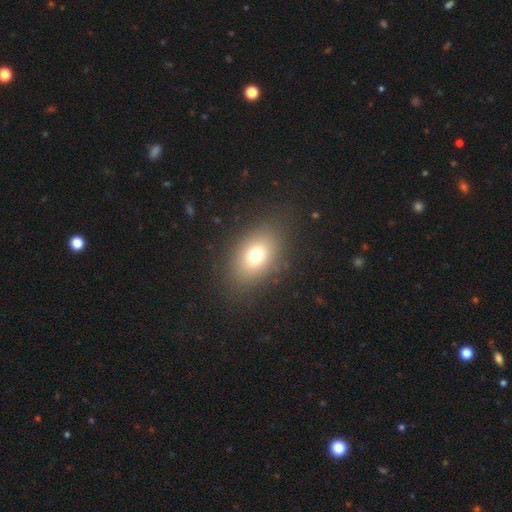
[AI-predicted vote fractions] smooth_or_featured: smooth (p=0.71) [alt: star or artifact p=0.15]
how_rounded: in between (p=0.72) [alt: round p=0.26]
merging: none (p=0.84) [alt: minor disturbance p=0.09]